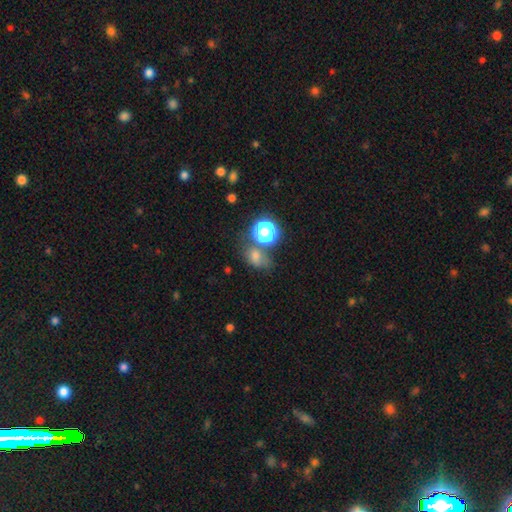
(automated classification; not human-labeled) Smooth or featured? Predicted: smooth (p=0.62). How rounded? Predicted: in between (p=0.50). Merging? Predicted: none (p=0.55).